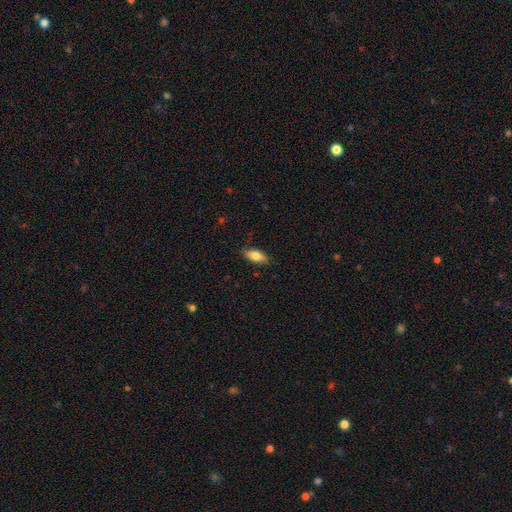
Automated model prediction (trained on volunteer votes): Smooth or featured: smooth — 74% (featured or disk — 20%)
How rounded: in between — 80% (cigar-shaped — 18%)
Merging: none — 85% (minor disturbance — 12%)